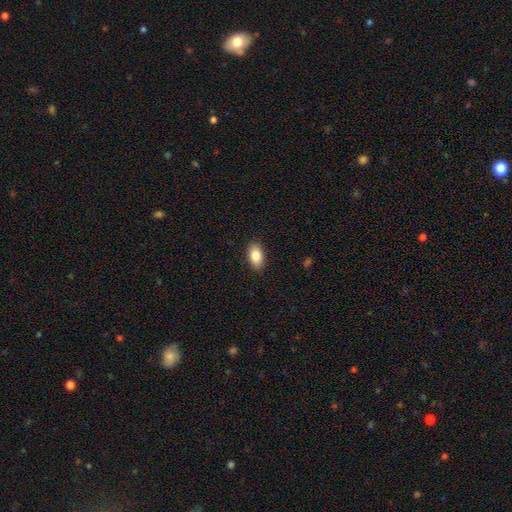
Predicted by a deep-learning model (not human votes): Overall: smooth (85%). How rounded: in between (92%). Merging: none (88%).